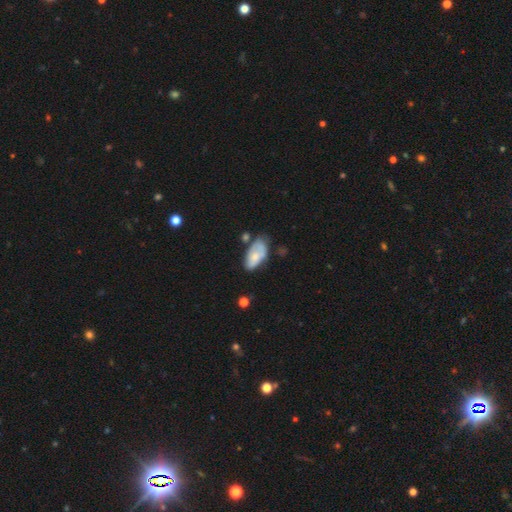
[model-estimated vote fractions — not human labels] The model was most divided on "merging": none: 42%, minor disturbance: 34%, major disturbance: 14%, merger: 11%. More confident: how rounded — in between (93%); smooth or featured — smooth (60%).